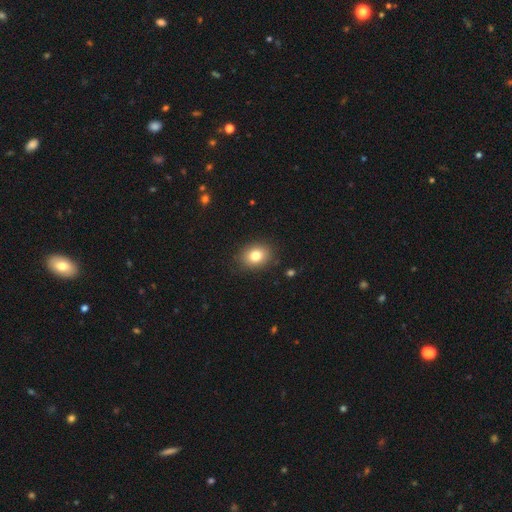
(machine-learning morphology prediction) Overall: smooth (81%). How rounded: in between (51%; round 48%). Merging: none (87%).